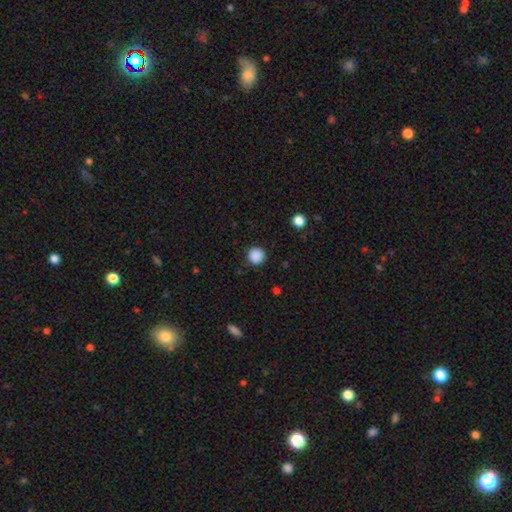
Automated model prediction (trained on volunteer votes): Smooth or featured? Predicted: smooth (p=0.88). How rounded? Predicted: round (p=0.94). Merging? Predicted: none (p=0.89).